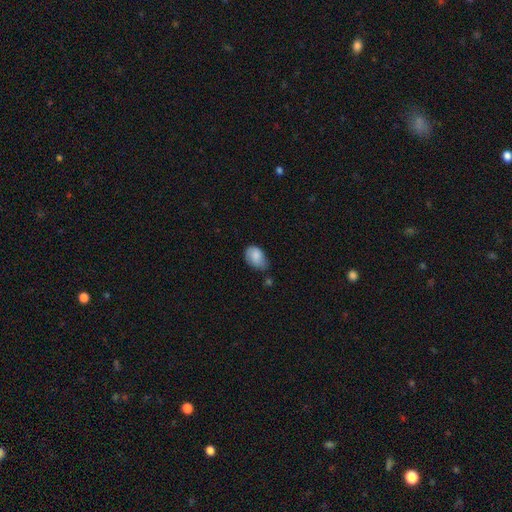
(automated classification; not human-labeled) smooth_or_featured: smooth (p=0.82) [alt: featured or disk p=0.11]
how_rounded: in between (p=0.83) [alt: round p=0.16]
merging: minor disturbance (p=0.43) [alt: none p=0.42]